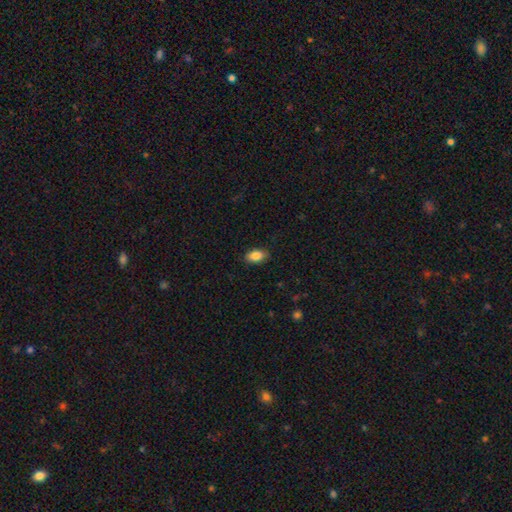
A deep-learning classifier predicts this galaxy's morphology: The model was most divided on "merging": none: 86%, minor disturbance: 11%, major disturbance: 2%, merger: 1%. More confident: how rounded — in between (91%); smooth or featured — smooth (86%).